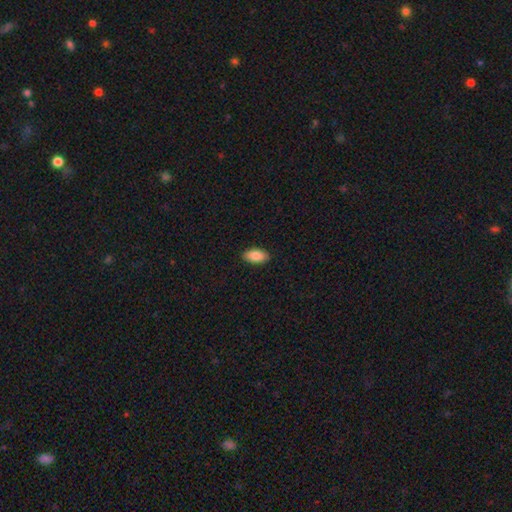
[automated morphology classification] Overall: smooth (89%). How rounded: in between (93%). Merging: none (90%).